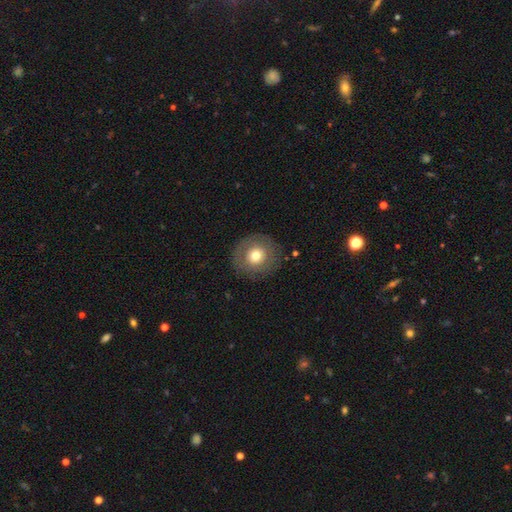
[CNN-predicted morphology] This is likely a smooth galaxy (67%). How rounded: clearly round (91%). Merging: clearly none (84%).